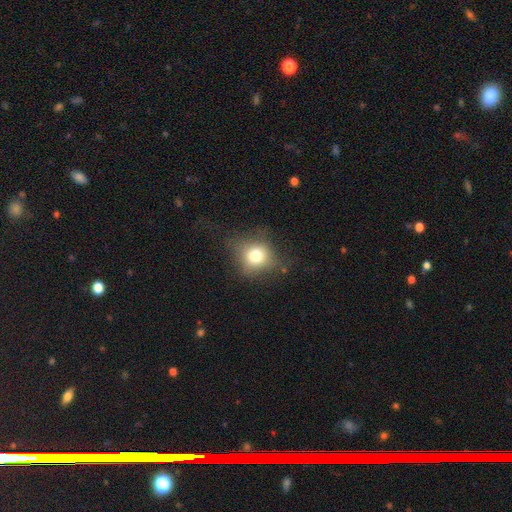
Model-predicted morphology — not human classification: smooth_or_featured: smooth (p=0.70) [alt: featured or disk p=0.15]
how_rounded: round (p=0.75) [alt: in between p=0.24]
merging: none (p=0.63) [alt: minor disturbance p=0.22]